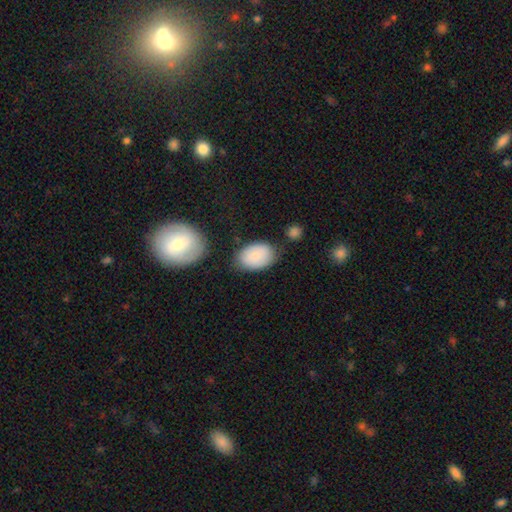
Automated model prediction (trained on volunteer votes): smooth-or-featured: smooth: 81% | featured or disk: 12% | star or artifact: 7%
  how-rounded: in between: 88% | round: 11% | cigar-shaped: 1%
  merging: none: 71% | minor disturbance: 18% | merger: 6% | major disturbance: 5%